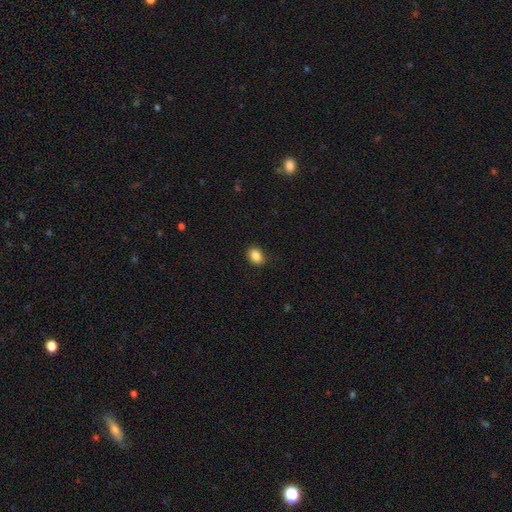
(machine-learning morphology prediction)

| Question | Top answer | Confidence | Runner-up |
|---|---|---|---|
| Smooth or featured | smooth | 87% | star or artifact (9%) |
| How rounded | in between | 69% | round (30%) |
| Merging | none | 87% | minor disturbance (9%) |